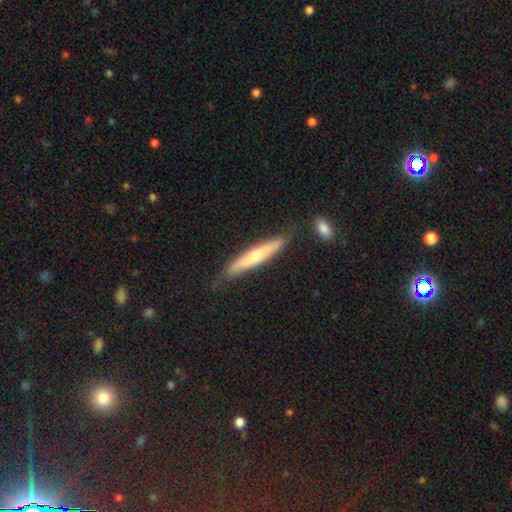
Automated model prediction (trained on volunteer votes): Smooth or featured?
  - featured or disk: 56% *
  - smooth: 35%
  - star or artifact: 8%
Edge-on disk?
  - yes: 93% *
  - no: 7%
Edge-on bulge?
  - rounded: 76% *
  - none: 20%
  - boxy: 5%
Merging?
  - none: 83% *
  - minor disturbance: 12%
  - merger: 3%
  - major disturbance: 2%